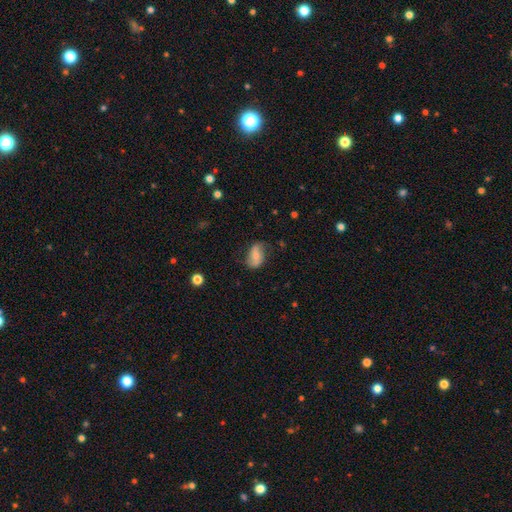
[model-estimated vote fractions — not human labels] smooth_or_featured: smooth (p=0.48) [alt: featured or disk p=0.44]
merging: none (p=0.66) [alt: minor disturbance p=0.24]